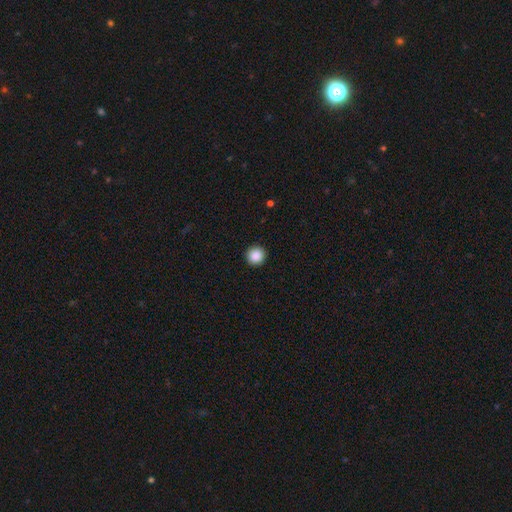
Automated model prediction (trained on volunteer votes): Smooth or featured? Predicted: smooth (p=0.89). How rounded? Predicted: round (p=0.96). Merging? Predicted: none (p=0.93).